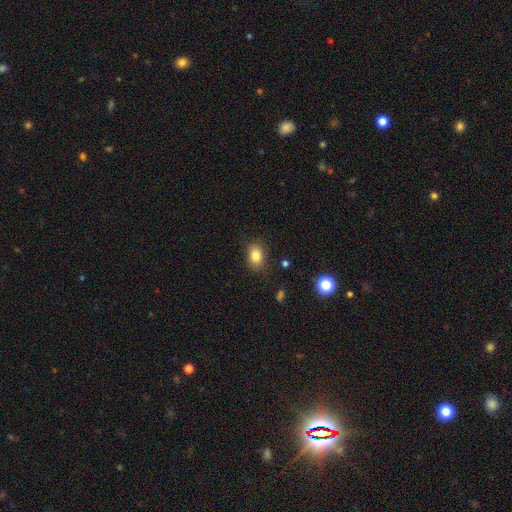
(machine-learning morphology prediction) Overall: smooth (83%). How rounded: in between (71%). Merging: none (82%).